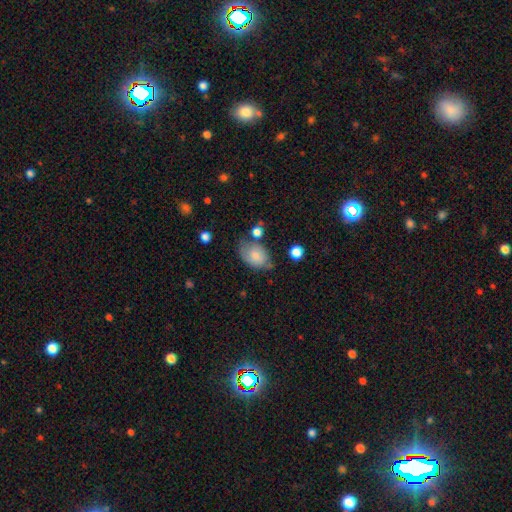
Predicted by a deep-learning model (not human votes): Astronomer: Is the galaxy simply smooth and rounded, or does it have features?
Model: smooth — 76%.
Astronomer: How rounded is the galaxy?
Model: in between — 80%.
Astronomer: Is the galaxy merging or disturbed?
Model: none — 50% (runner-up: minor disturbance, 30%).